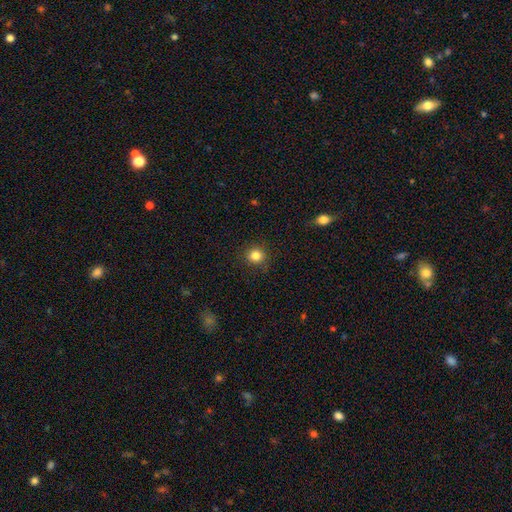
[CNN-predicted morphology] Q: Smooth or featured?
A: smooth (84%); runner-up: star or artifact (11%)
Q: How rounded?
A: round (91%); runner-up: in between (8%)
Q: Merging?
A: none (89%); runner-up: minor disturbance (8%)